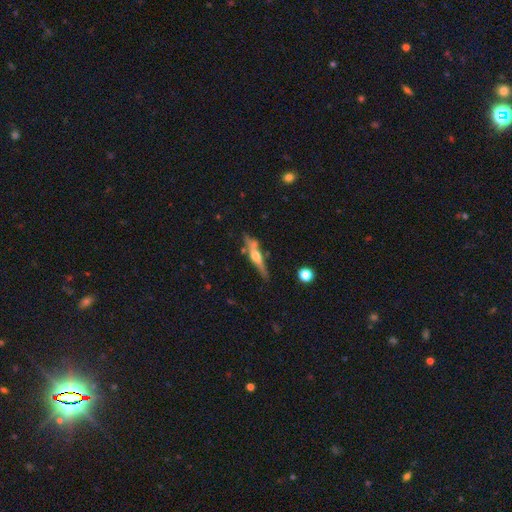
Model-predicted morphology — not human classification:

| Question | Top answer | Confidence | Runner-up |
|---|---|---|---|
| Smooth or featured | featured or disk | 67% | smooth (27%) |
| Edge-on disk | yes | 94% | no (6%) |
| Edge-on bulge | rounded | 88% | boxy (7%) |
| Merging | none | 69% | minor disturbance (18%) |